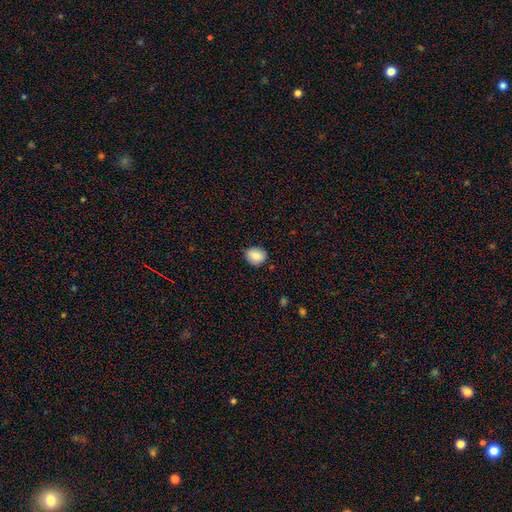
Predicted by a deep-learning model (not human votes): Smooth or featured: smooth — 86% (star or artifact — 8%)
How rounded: round — 55% (in between — 45%)
Merging: none — 83% (minor disturbance — 13%)